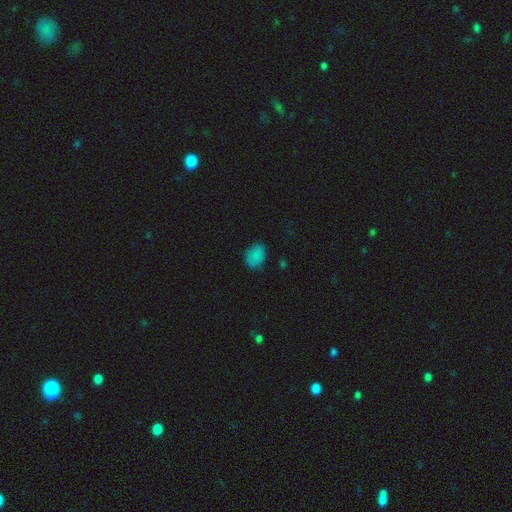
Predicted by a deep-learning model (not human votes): The model was most divided on "how rounded": in between: 76%, round: 23%, cigar-shaped: 1%. More confident: smooth or featured — smooth (81%); merging — none (76%).